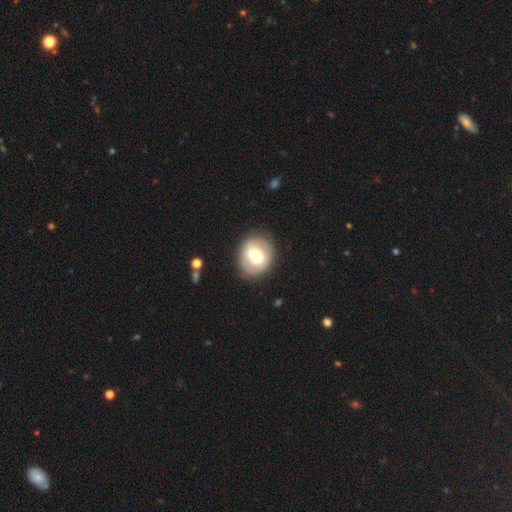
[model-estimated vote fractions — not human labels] Smooth or featured? smooth (53%)
How rounded? round (68%)
Merging? none (82%)